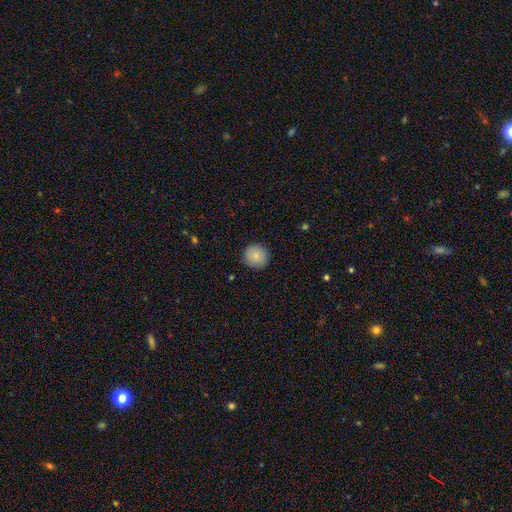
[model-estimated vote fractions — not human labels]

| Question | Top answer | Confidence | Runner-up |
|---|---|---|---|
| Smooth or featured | smooth | 85% | star or artifact (8%) |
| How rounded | round | 92% | in between (8%) |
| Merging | none | 87% | minor disturbance (10%) |